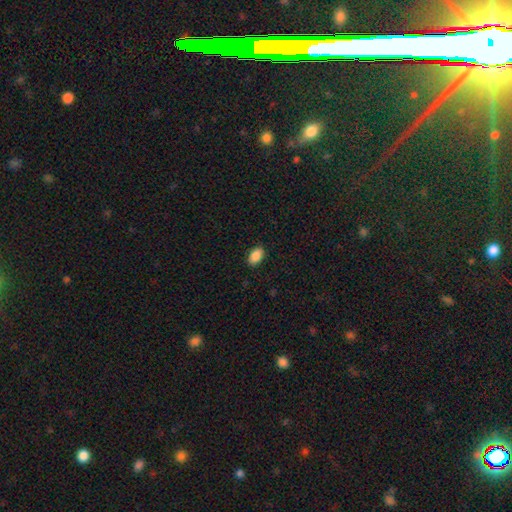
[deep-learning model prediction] A smooth galaxy with no disk features (89%) that is in between round and cigar-shaped (92%).

Vote fractions:
- Smooth or featured? smooth: 89% / star or artifact: 7% / featured or disk: 4%
- How rounded? in between: 92% / round: 6% / cigar-shaped: 2%
- Merging? none: 88% / minor disturbance: 9% / major disturbance: 2% / merger: 1%